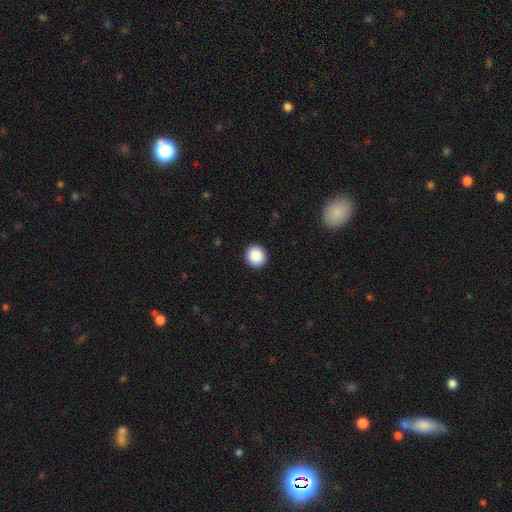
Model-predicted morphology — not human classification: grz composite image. It shows a smooth galaxy with no disk features (89%) that is round (88%). Merging: none (92%).